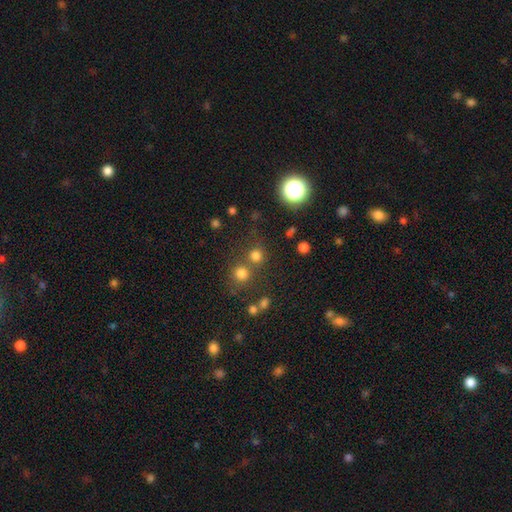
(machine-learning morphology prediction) Smooth or featured?
  - smooth: 73% *
  - star or artifact: 20%
  - featured or disk: 7%
How rounded?
  - round: 90% *
  - in between: 9%
  - cigar-shaped: 1%
Merging?
  - none: 66% *
  - merger: 23%
  - minor disturbance: 7%
  - major disturbance: 4%